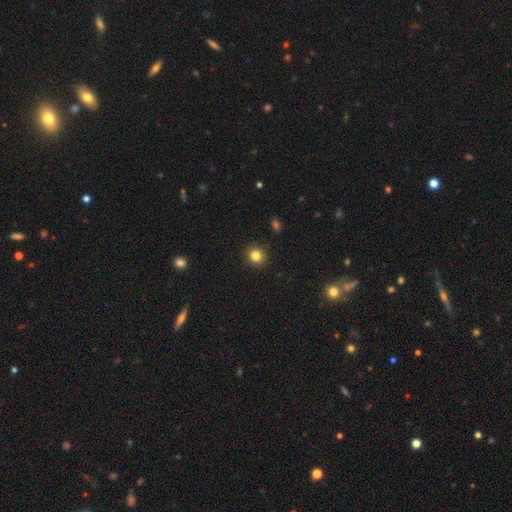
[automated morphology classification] Smooth or featured: smooth — 83% (star or artifact — 12%)
How rounded: round — 89% (in between — 10%)
Merging: none — 92% (minor disturbance — 5%)